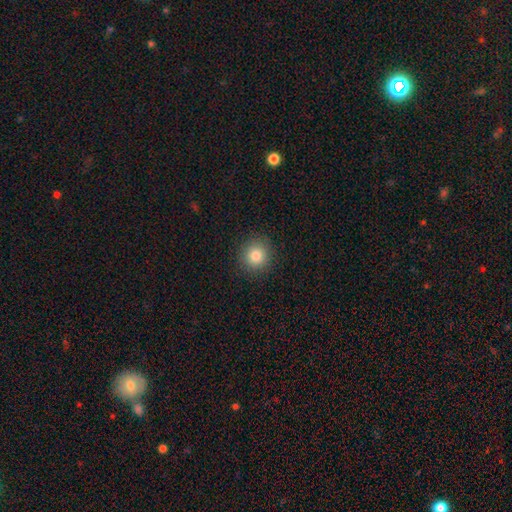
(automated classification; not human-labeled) A smooth galaxy with no disk features (83%) that is round (91%). Merging: none (91%).